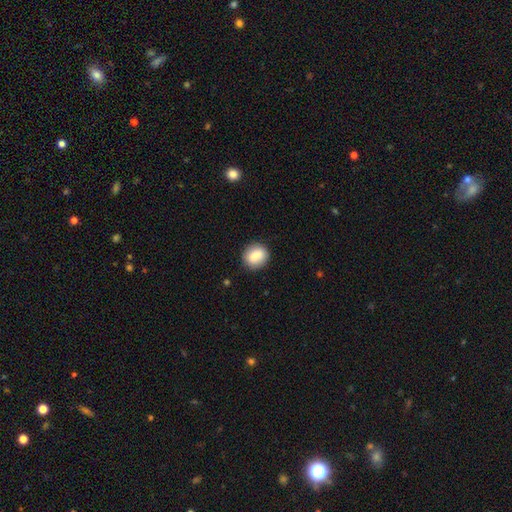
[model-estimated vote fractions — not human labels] Morphology: type=smooth (82%); roundness=round (67%); merging=none (88%).